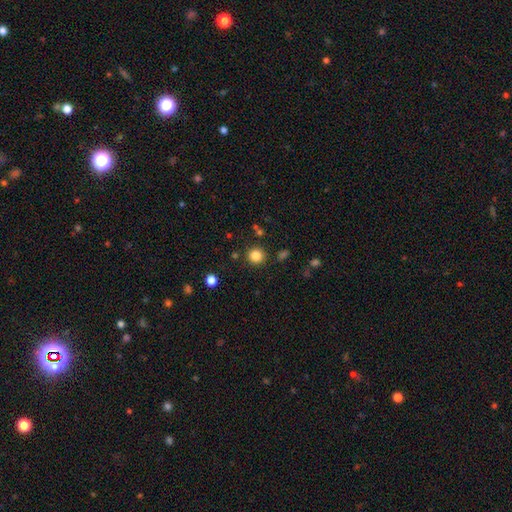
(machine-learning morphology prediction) smooth 84%, star or artifact 12%, featured or disk 4%. Down the decision tree: how rounded — round (92%); merging — none (88%).